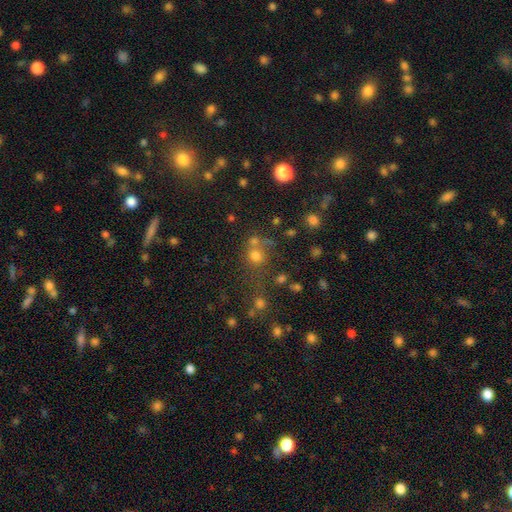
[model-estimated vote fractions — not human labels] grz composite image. It shows a smooth galaxy with no disk features (68%) that is round (87%). Merging: none (57%).